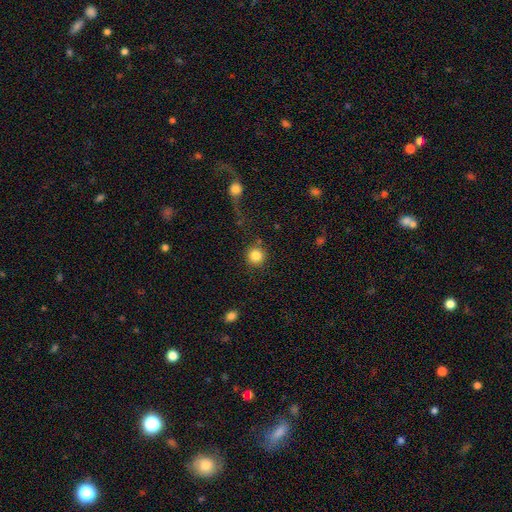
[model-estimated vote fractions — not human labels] Morphology: type=smooth (85%); roundness=round (94%); merging=none (82%).